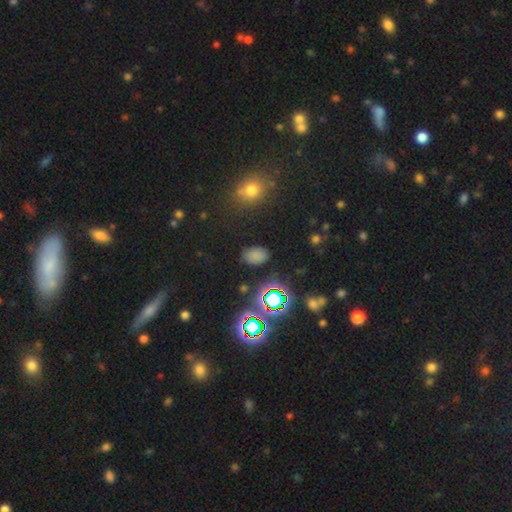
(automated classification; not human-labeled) smooth-or-featured: smooth: 66% | star or artifact: 27% | featured or disk: 7%
  how-rounded: in between: 85% | round: 14% | cigar-shaped: 2%
  merging: none: 80% | minor disturbance: 13% | major disturbance: 5% | merger: 2%